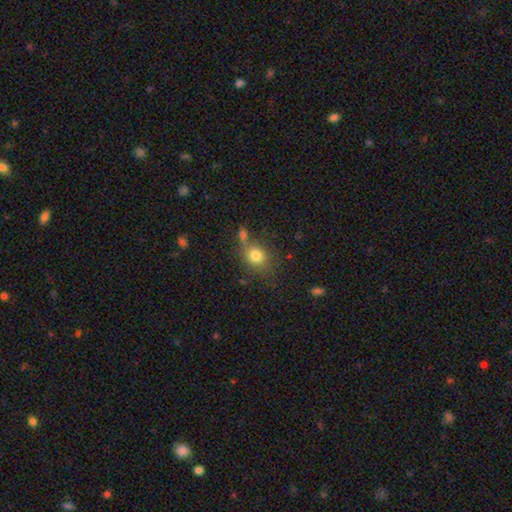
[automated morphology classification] The model was most divided on "how rounded": round: 66%, in between: 33%, cigar-shaped: 1%. More confident: smooth or featured — smooth (79%); merging — none (61%).